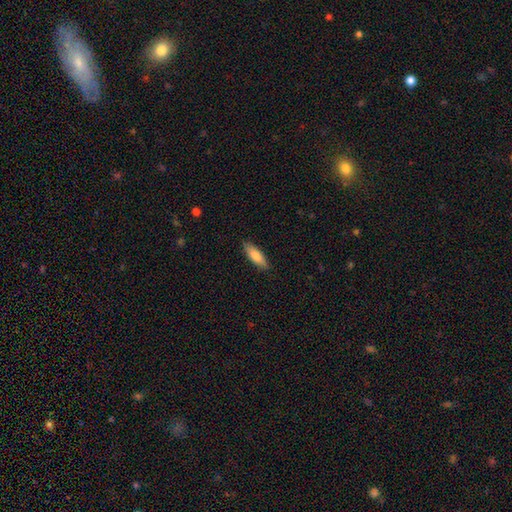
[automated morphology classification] smooth_or_featured: smooth (p=0.80) [alt: featured or disk p=0.14]
how_rounded: cigar-shaped (p=0.50) [alt: in between p=0.48]
merging: none (p=0.88) [alt: minor disturbance p=0.09]